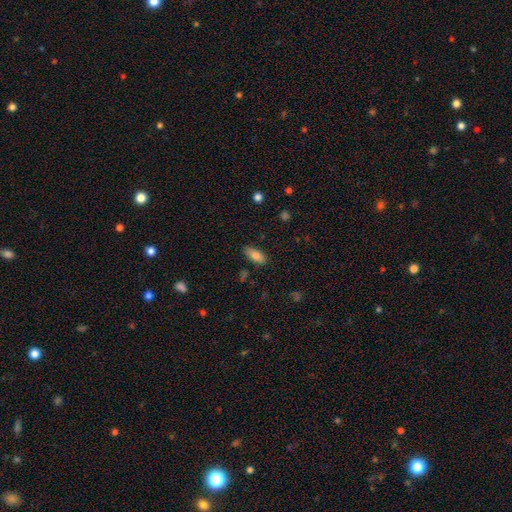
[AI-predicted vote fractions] Smooth or featured? smooth (82%)
How rounded? in between (84%)
Merging? none (80%)